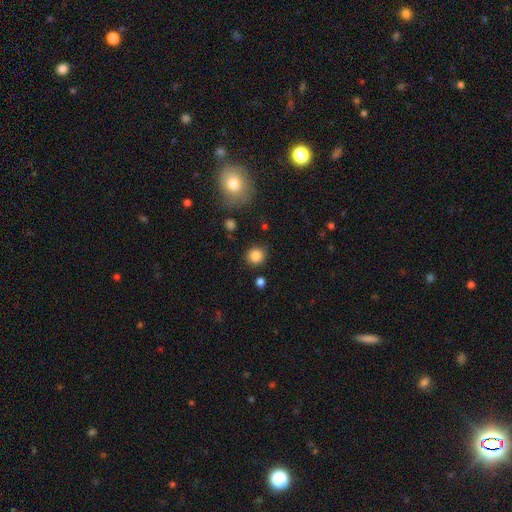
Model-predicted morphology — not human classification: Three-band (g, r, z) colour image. It shows a smooth galaxy with no disk features (85%) that is round (88%). Merging: none (85%).